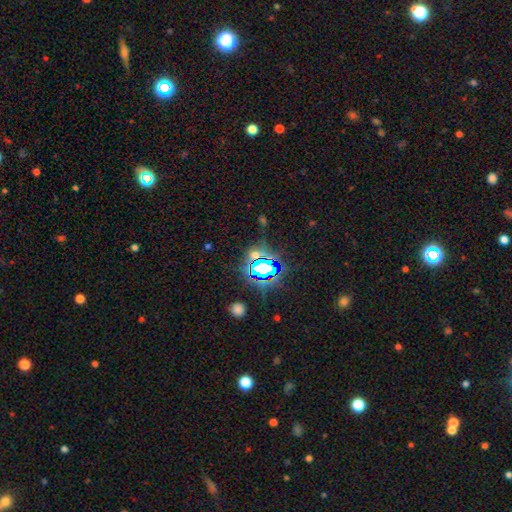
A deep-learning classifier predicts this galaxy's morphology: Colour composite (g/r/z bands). It shows a star or artifact, not a galaxy (70%).